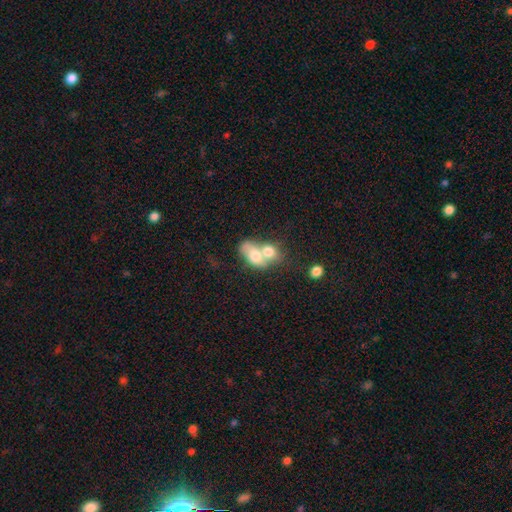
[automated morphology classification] smooth-or-featured: smooth: 68% | featured or disk: 25% | star or artifact: 7%
  how-rounded: in between: 75% | round: 22% | cigar-shaped: 3%
  merging: merger: 77% | none: 12% | minor disturbance: 6% | major disturbance: 5%